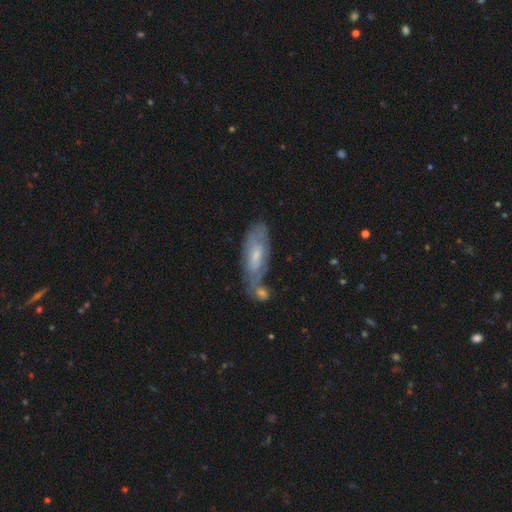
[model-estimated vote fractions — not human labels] This appears to be a featured or disk galaxy (52%). Merging: none (45%).